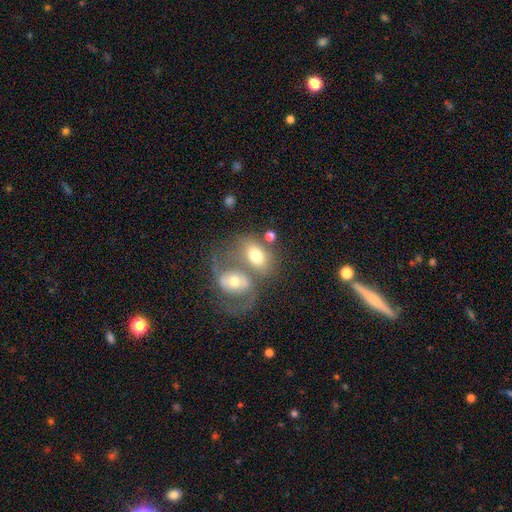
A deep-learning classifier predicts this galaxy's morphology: Smooth or featured: smooth — 54% (featured or disk — 38%)
How rounded: in between — 81% (round — 17%)
Merging: merger — 51% (none — 28%)